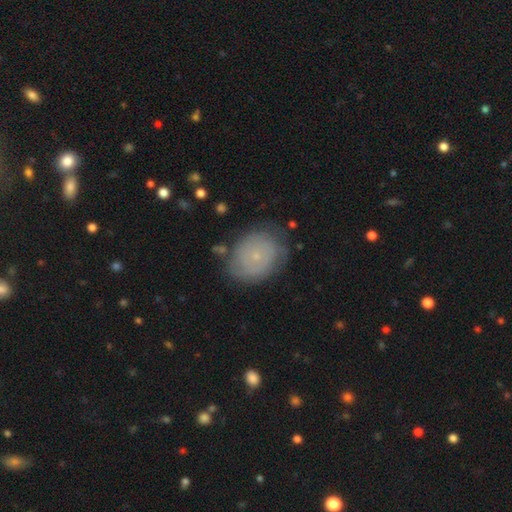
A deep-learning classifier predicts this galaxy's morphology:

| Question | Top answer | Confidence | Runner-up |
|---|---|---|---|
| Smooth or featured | smooth | 47% | featured or disk (42%) |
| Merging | none | 76% | minor disturbance (17%) |